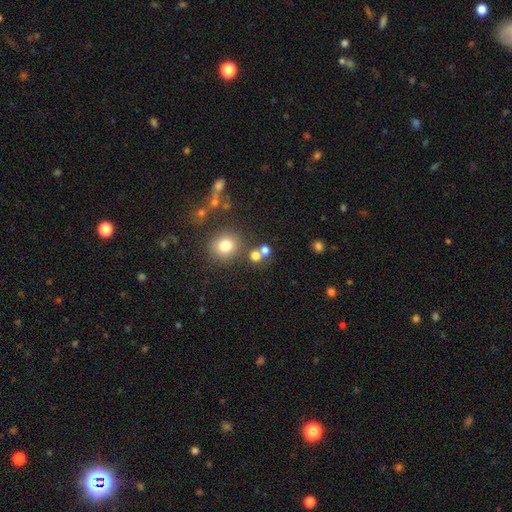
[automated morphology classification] The model was most divided on "merging": none: 62%, merger: 25%, minor disturbance: 9%, major disturbance: 4%. More confident: how rounded — round (84%); smooth or featured — smooth (73%).